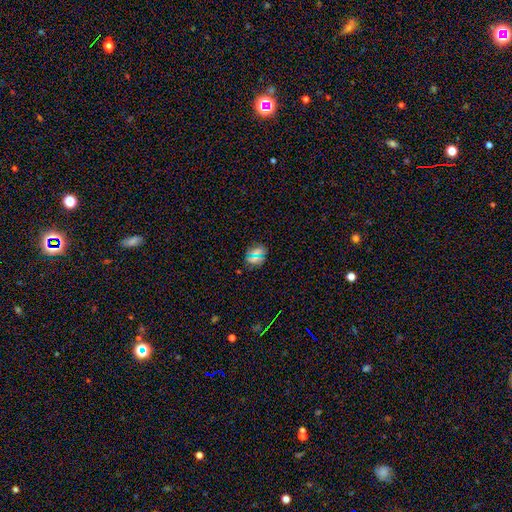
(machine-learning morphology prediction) smooth 66%, star or artifact 26%, featured or disk 8%. Down the decision tree: how rounded — round (50%); merging — none (84%).